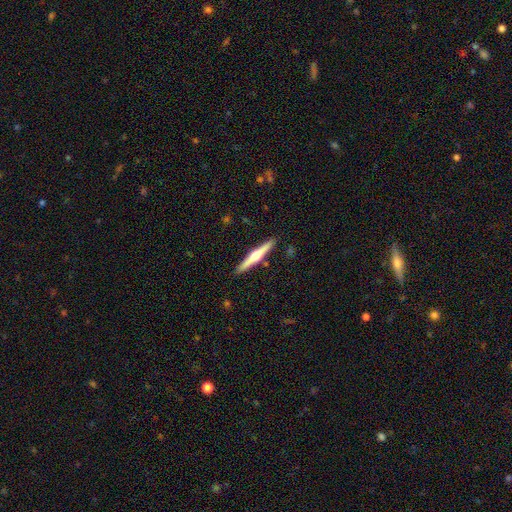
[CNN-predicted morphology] smooth-or-featured: featured or disk: 67% | smooth: 28% | star or artifact: 5%
  disk-edge-on: yes: 98% | no: 2%
    edge-on-bulge: rounded: 92% | none: 4% | boxy: 4%
  merging: none: 90% | minor disturbance: 7% | merger: 1% | major disturbance: 1%